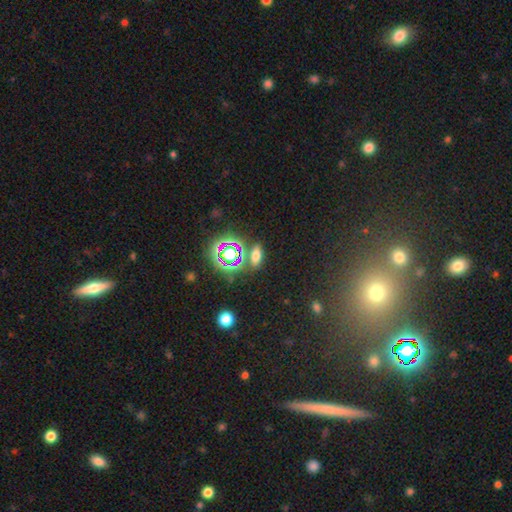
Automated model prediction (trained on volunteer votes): This appears to be a smooth galaxy with no disk features (56%) that is in between round and cigar-shaped (68%). Merging: none (80%).